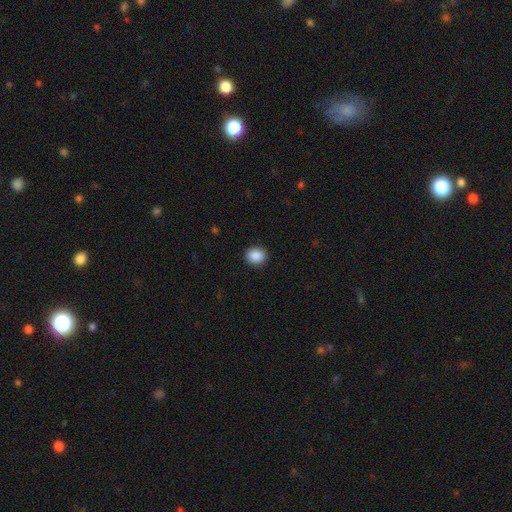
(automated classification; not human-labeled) Q: Smooth or featured?
A: smooth (89%); runner-up: star or artifact (8%)
Q: How rounded?
A: round (72%); runner-up: in between (27%)
Q: Merging?
A: none (91%); runner-up: minor disturbance (6%)